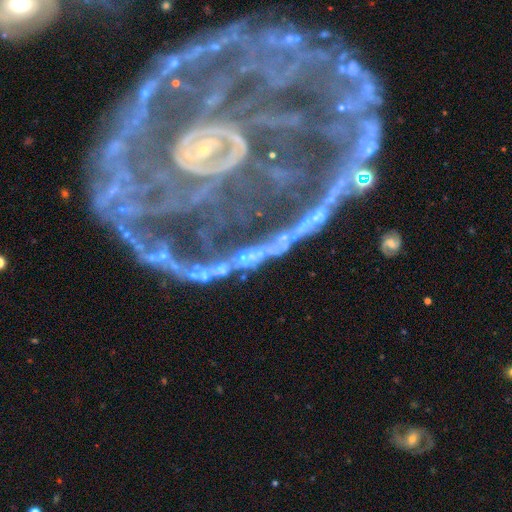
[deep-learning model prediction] featured or disk 46%, star or artifact 31%, smooth 22%. Down the decision tree: merging — merger (44%).